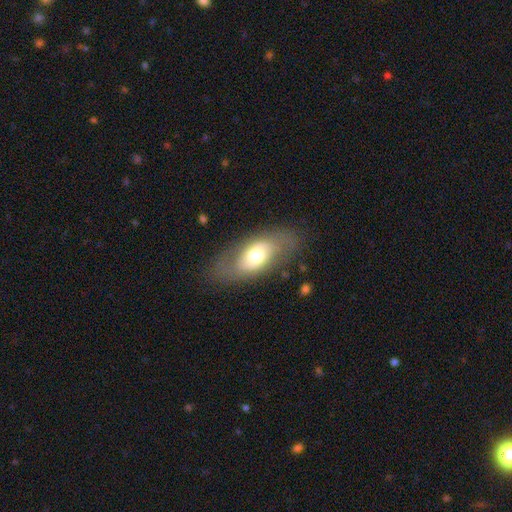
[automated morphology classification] The model was most divided on "smooth or featured": smooth: 48%, featured or disk: 45%, star or artifact: 7%. More confident: merging — none (76%).